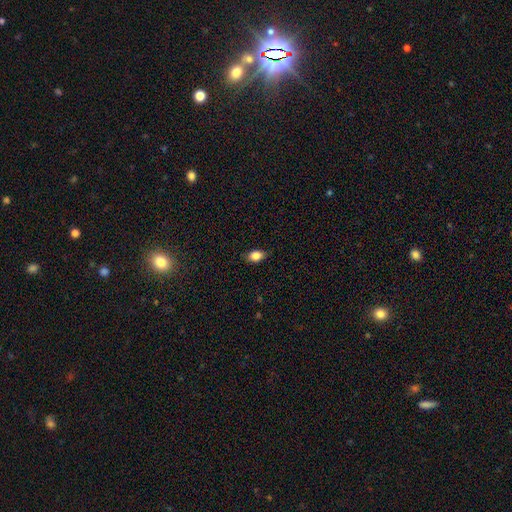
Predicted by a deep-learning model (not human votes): smooth 85%, star or artifact 9%, featured or disk 6%. Down the decision tree: how rounded — in between (83%); merging — none (84%).